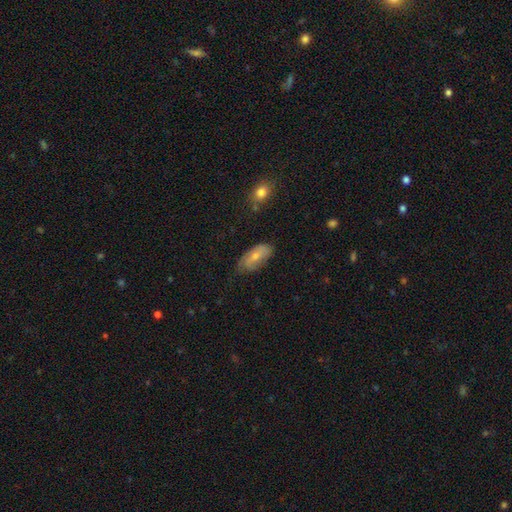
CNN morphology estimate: A smooth galaxy with no disk features (56%) that is in between round and cigar-shaped (88%).

Vote fractions:
- Smooth or featured? smooth: 56% / featured or disk: 37% / star or artifact: 7%
- How rounded? in between: 88% / cigar-shaped: 8% / round: 3%
- Merging? none: 56% / minor disturbance: 32% / major disturbance: 9% / merger: 2%